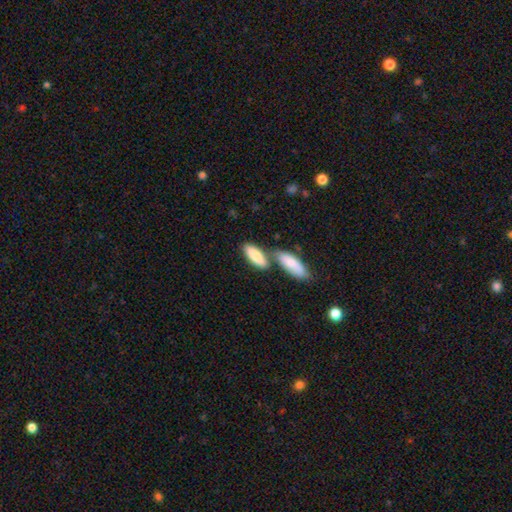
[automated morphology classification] smooth 80%, featured or disk 14%, star or artifact 5%. Down the decision tree: how rounded — in between (69%); merging — none (45%).